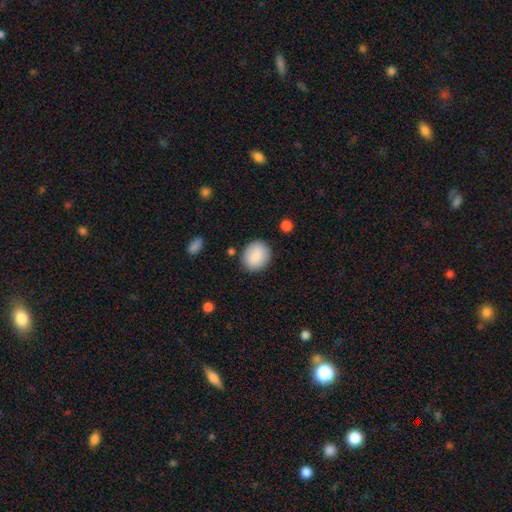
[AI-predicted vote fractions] smooth-or-featured: smooth: 88% | star or artifact: 7% | featured or disk: 5%
  how-rounded: round: 57% | in between: 42% | cigar-shaped: 1%
  merging: none: 83% | minor disturbance: 11% | major disturbance: 3% | merger: 2%